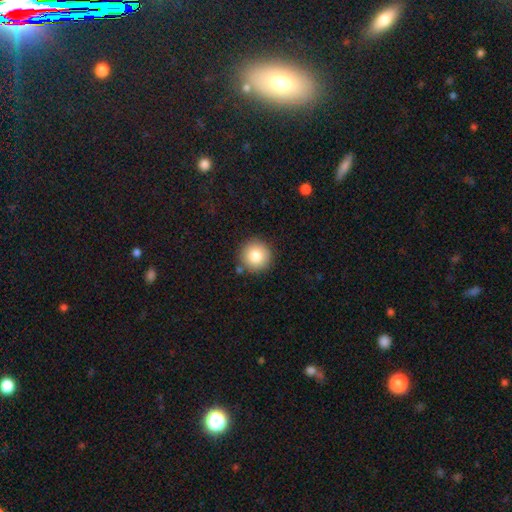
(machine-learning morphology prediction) A smooth galaxy with no disk features (82%) that is round (95%).

Vote fractions:
- Smooth or featured? smooth: 82% / star or artifact: 9% / featured or disk: 9%
- How rounded? round: 95% / in between: 4% / cigar-shaped: 1%
- Merging? none: 86% / minor disturbance: 8% / merger: 4% / major disturbance: 2%